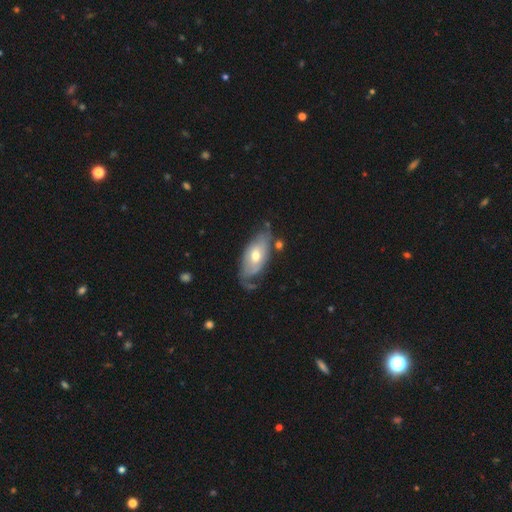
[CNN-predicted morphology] type=featured or disk (57%); edge-on=no (85%); merging=none (50%).